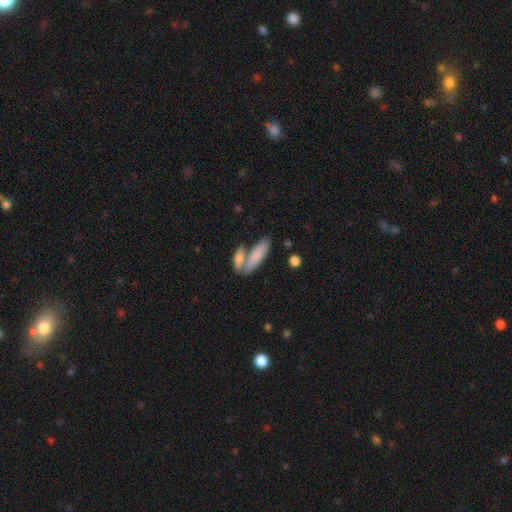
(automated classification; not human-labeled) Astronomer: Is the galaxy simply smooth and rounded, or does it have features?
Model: smooth — 80%.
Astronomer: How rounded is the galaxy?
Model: in between — 53% (runner-up: cigar-shaped, 44%).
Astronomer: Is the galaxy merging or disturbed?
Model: none — 47% (runner-up: merger, 39%).